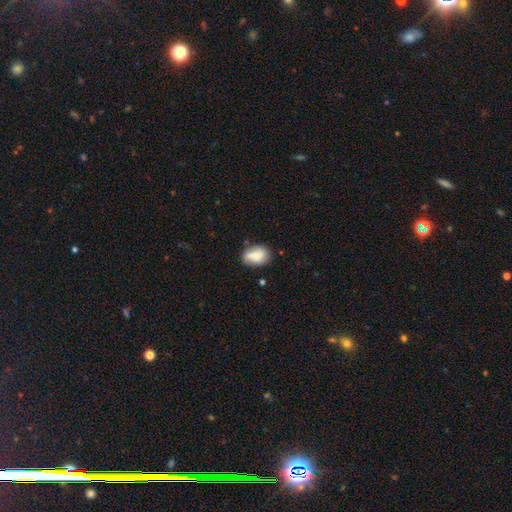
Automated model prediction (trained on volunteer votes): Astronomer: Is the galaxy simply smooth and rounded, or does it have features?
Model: smooth — 75%.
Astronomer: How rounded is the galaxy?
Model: in between — 82%.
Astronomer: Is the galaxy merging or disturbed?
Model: none — 69%.